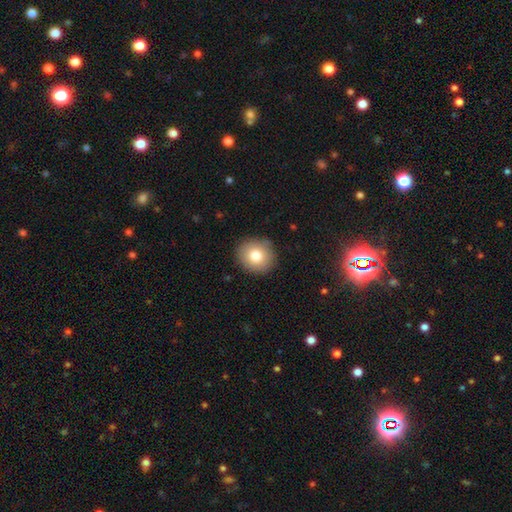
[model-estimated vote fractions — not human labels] This appears to be a smooth galaxy with no disk features (79%) that is round (85%). Merging: none (89%).